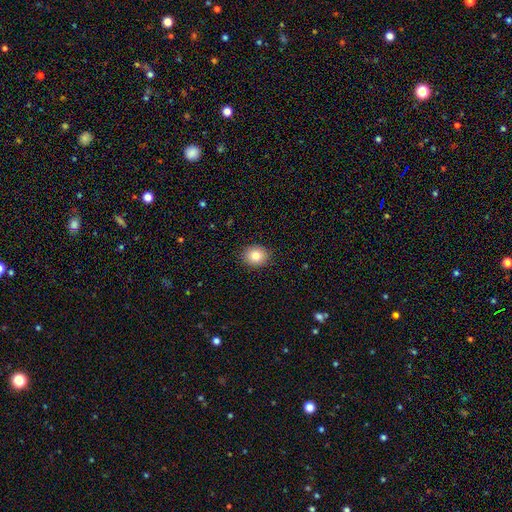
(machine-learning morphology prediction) smooth_or_featured: smooth (p=0.82) [alt: star or artifact p=0.10]
how_rounded: round (p=0.62) [alt: in between p=0.37]
merging: none (p=0.90) [alt: minor disturbance p=0.07]